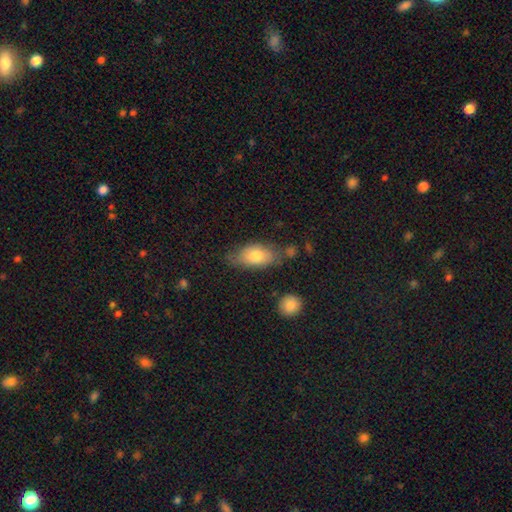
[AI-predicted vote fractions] A smooth galaxy with no disk features (75%) that is in between round and cigar-shaped (88%). Merging: none (60%).